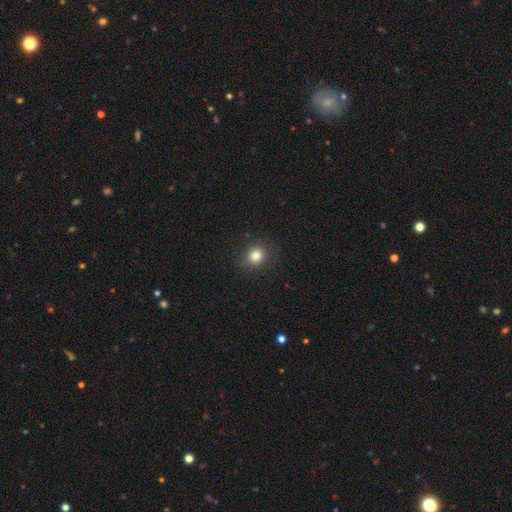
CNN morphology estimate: Smooth or featured: smooth — 84% (star or artifact — 12%)
How rounded: round — 81% (in between — 18%)
Merging: none — 88% (minor disturbance — 8%)